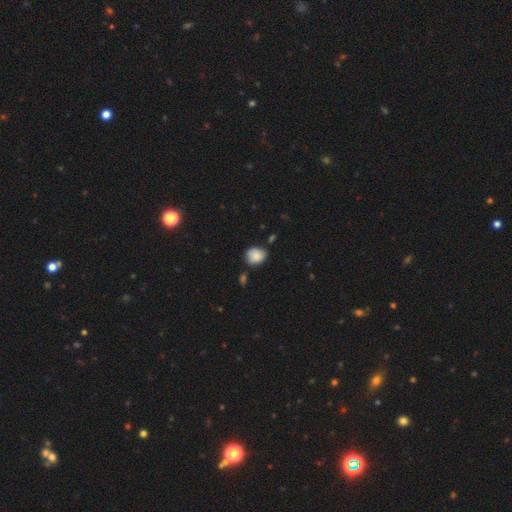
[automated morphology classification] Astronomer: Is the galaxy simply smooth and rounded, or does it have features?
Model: smooth — 86%.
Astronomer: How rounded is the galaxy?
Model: round — 60% (runner-up: in between, 39%).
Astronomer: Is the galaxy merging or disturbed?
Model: none — 68%.